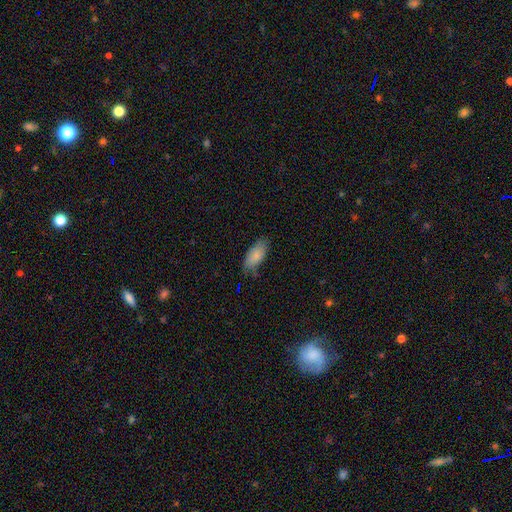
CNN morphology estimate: Smooth or featured?
  - smooth: 84% *
  - featured or disk: 9%
  - star or artifact: 6%
How rounded?
  - in between: 89% *
  - cigar-shaped: 9%
  - round: 2%
Merging?
  - none: 67% *
  - minor disturbance: 26%
  - major disturbance: 5%
  - merger: 2%